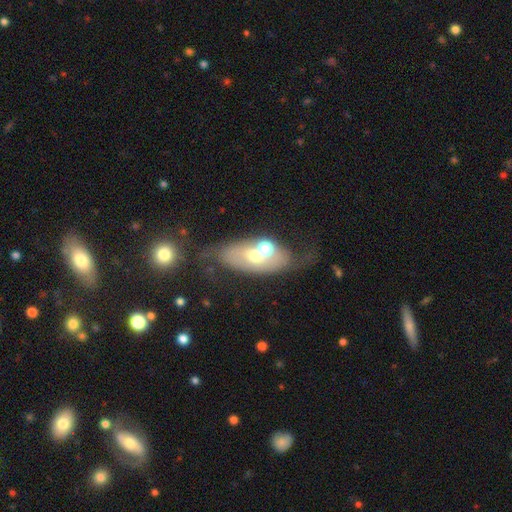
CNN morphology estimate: Smooth or featured? featured or disk (49%)
Merging? none (35%)